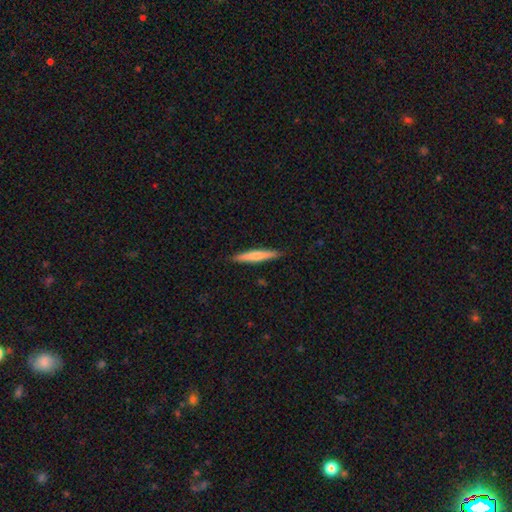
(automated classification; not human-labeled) This is likely a smooth galaxy (64%). How rounded: clearly cigar-shaped (94%). Merging: clearly none (90%).